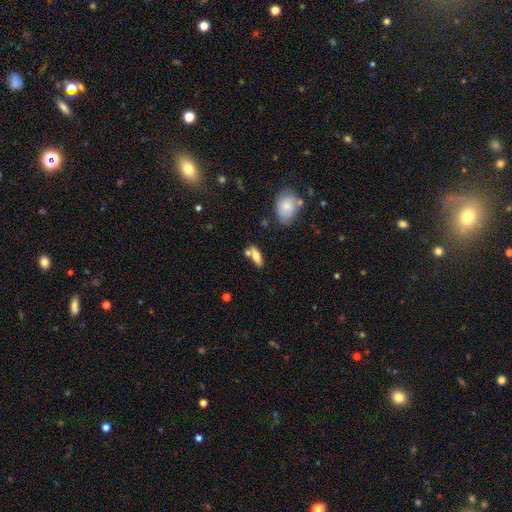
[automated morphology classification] type=smooth (69%); roundness=in between (66%); merging=none (57%).